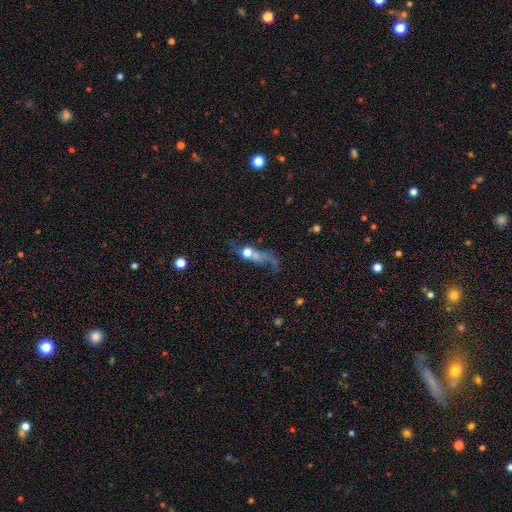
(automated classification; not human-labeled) Smooth or featured? Predicted: featured or disk (p=0.44). Merging? Predicted: major disturbance (p=0.34).